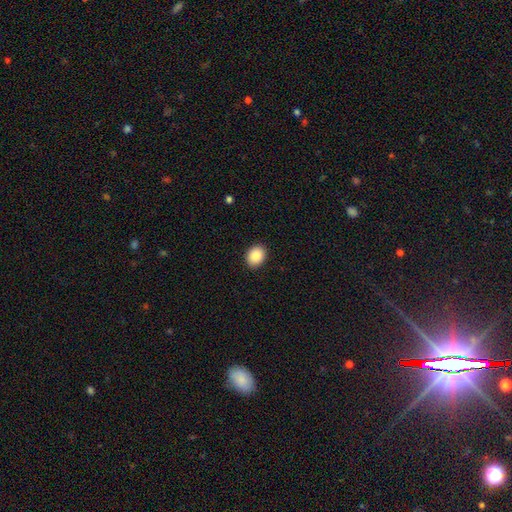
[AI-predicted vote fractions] smooth_or_featured: smooth (p=0.88) [alt: star or artifact p=0.08]
how_rounded: in between (p=0.56) [alt: round p=0.43]
merging: none (p=0.91) [alt: minor disturbance p=0.07]